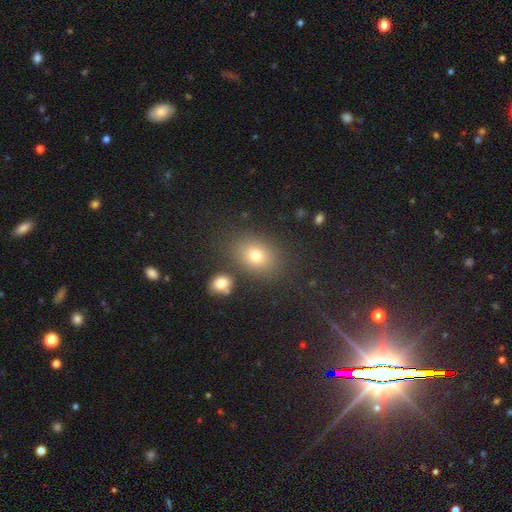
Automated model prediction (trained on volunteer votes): Q: Smooth or featured?
A: smooth (71%); runner-up: star or artifact (18%)
Q: How rounded?
A: in between (63%); runner-up: round (36%)
Q: Merging?
A: none (80%); runner-up: minor disturbance (10%)